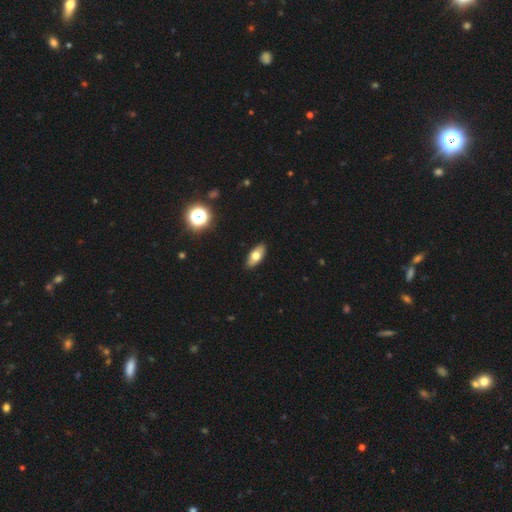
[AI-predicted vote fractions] Smooth or featured? Predicted: smooth (p=0.67). How rounded? Predicted: in between (p=0.84). Merging? Predicted: none (p=0.89).